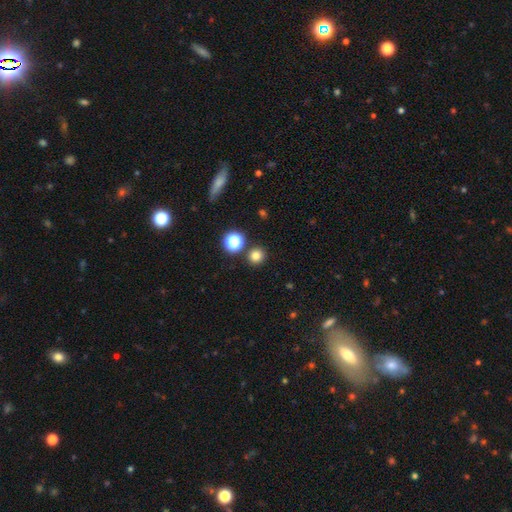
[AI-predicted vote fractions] This appears to be a smooth galaxy with no disk features (79%) that is round (90%). Merging: none (87%).